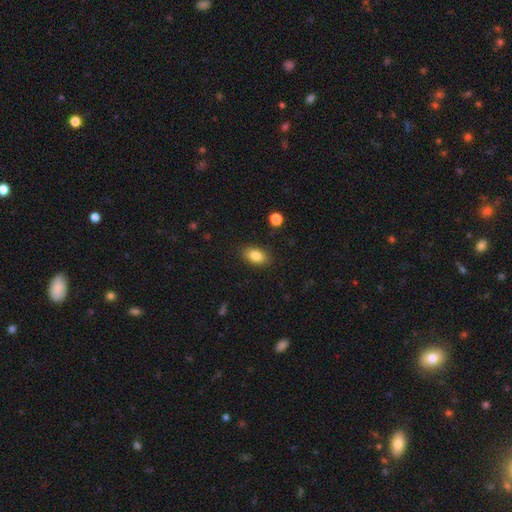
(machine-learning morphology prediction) A smooth galaxy with no disk features (84%) that is in between round and cigar-shaped (89%). Merging: none (87%).